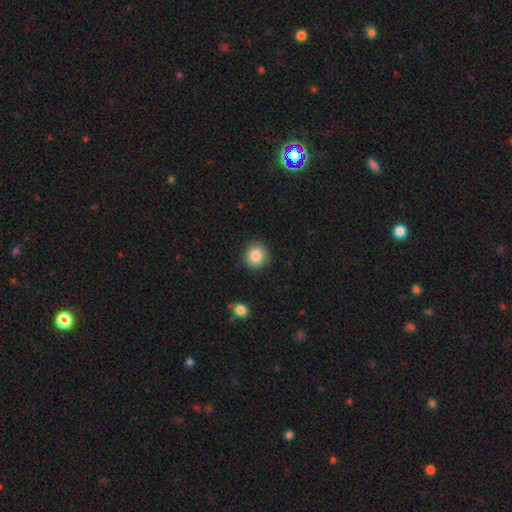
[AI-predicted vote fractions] Q: Smooth or featured?
A: smooth (86%); runner-up: star or artifact (9%)
Q: How rounded?
A: round (88%); runner-up: in between (11%)
Q: Merging?
A: none (89%); runner-up: minor disturbance (8%)